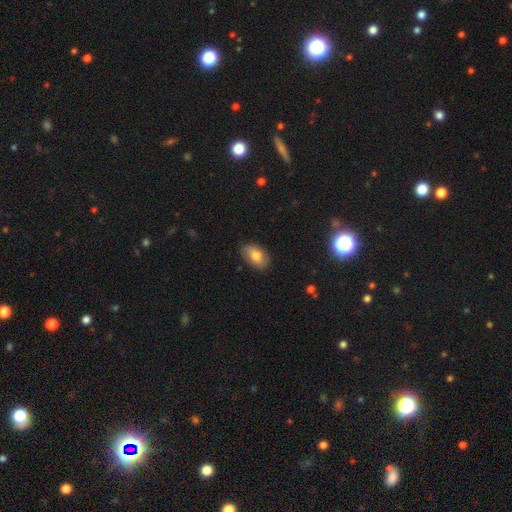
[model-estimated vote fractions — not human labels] Q: Smooth or featured?
A: smooth (73%); runner-up: featured or disk (19%)
Q: How rounded?
A: in between (91%); runner-up: round (7%)
Q: Merging?
A: none (79%); runner-up: minor disturbance (17%)